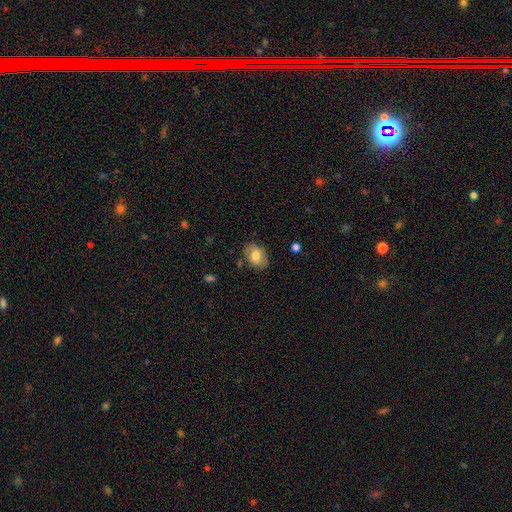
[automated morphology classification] Smooth or featured? smooth (67%)
How rounded? in between (82%)
Merging? none (78%)